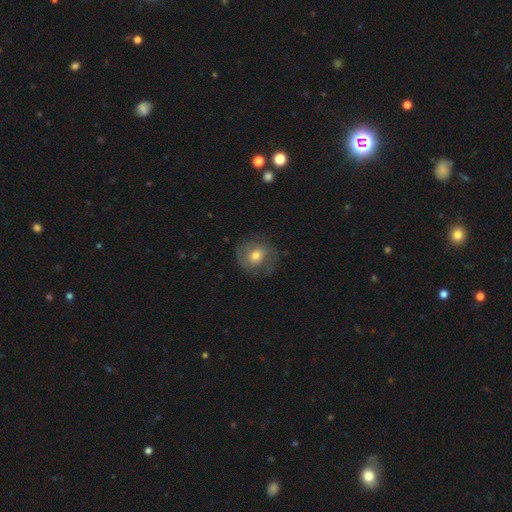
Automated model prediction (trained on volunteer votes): This is possibly a smooth galaxy (50%). How rounded: likely round (78%). Merging: likely none (70%).